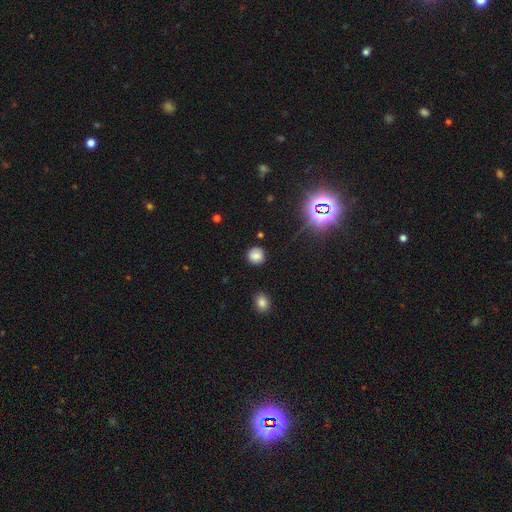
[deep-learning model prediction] A smooth galaxy with no disk features (78%) that is round (89%). Merging: none (87%).